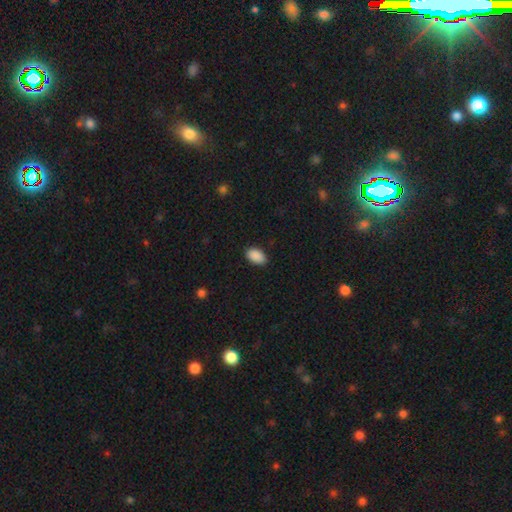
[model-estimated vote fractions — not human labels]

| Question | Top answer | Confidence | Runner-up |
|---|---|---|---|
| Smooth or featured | smooth | 90% | star or artifact (7%) |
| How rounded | in between | 93% | round (6%) |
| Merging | none | 88% | minor disturbance (9%) |